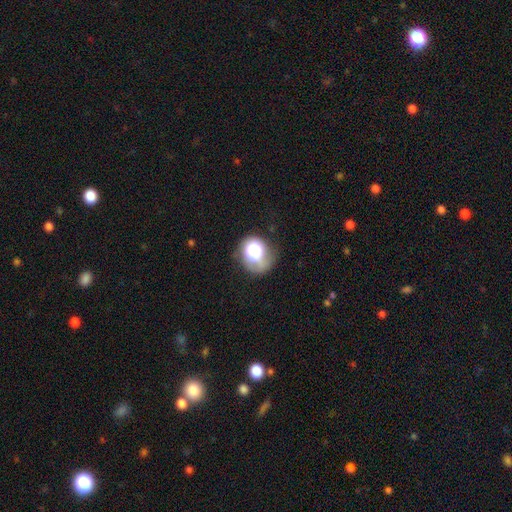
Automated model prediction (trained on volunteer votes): Smooth or featured?
  - smooth: 51% *
  - star or artifact: 30%
  - featured or disk: 19%
How rounded?
  - round: 71% *
  - in between: 27%
  - cigar-shaped: 1%
Merging?
  - none: 57% *
  - minor disturbance: 18%
  - major disturbance: 17%
  - merger: 7%